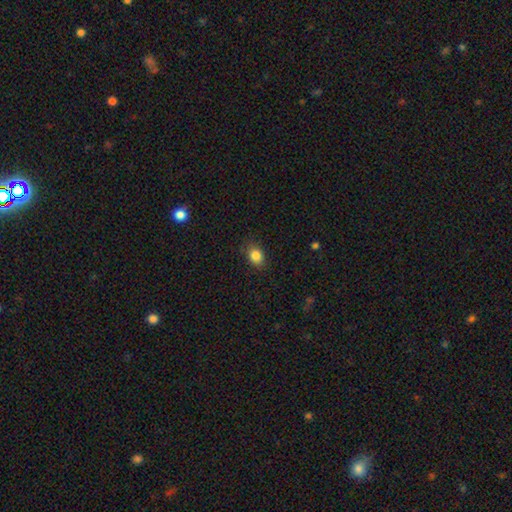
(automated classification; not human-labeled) Smooth or featured? smooth (85%)
How rounded? in between (63%)
Merging? none (83%)